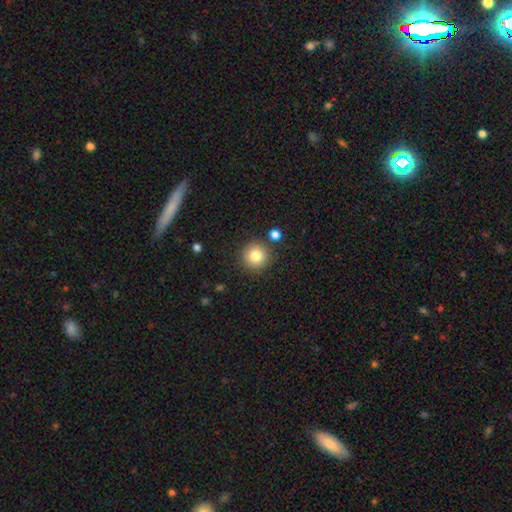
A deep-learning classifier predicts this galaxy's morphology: The model was most divided on "smooth or featured": smooth: 83%, star or artifact: 10%, featured or disk: 7%. More confident: how rounded — round (94%); merging — none (86%).